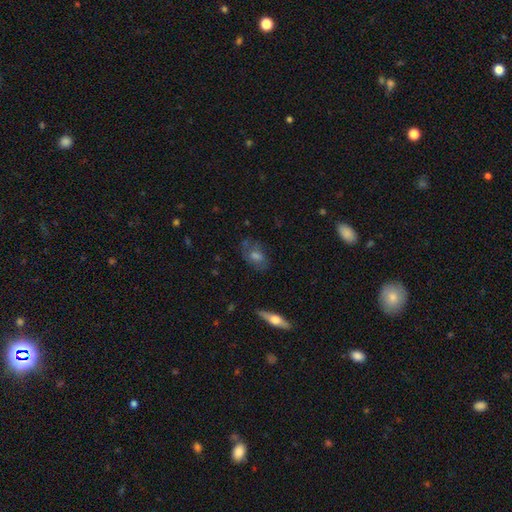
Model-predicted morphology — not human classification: type=featured or disk (43%); merging=none (71%).